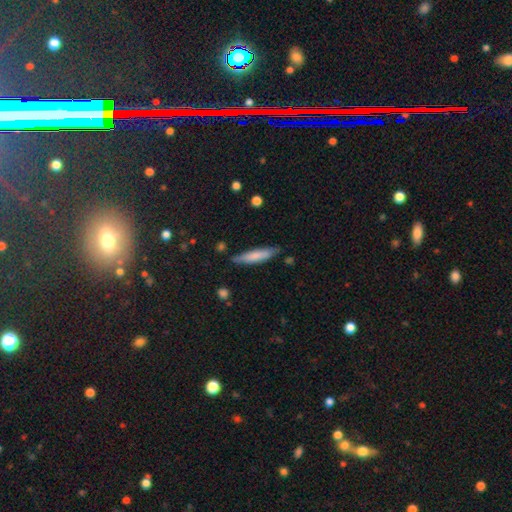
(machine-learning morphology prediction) smooth 72%, featured or disk 23%, star or artifact 6%. Down the decision tree: how rounded — cigar-shaped (84%); merging — none (78%).